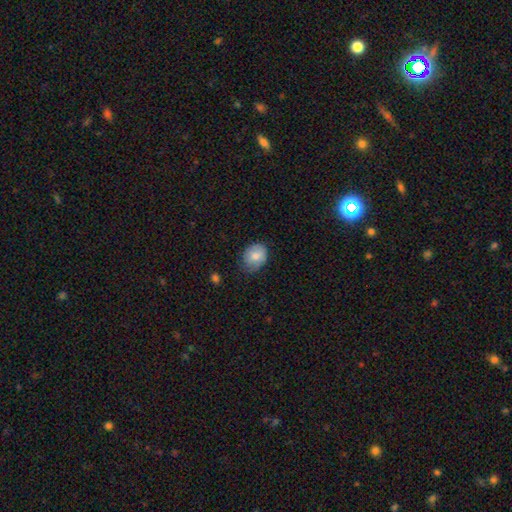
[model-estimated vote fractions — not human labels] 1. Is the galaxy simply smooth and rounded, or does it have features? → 78% smooth, 15% featured or disk, 7% star or artifact.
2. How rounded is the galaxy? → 54% in between, 45% round, 1% cigar-shaped.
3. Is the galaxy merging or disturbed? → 58% none, 33% minor disturbance, 8% major disturbance, 1% merger.